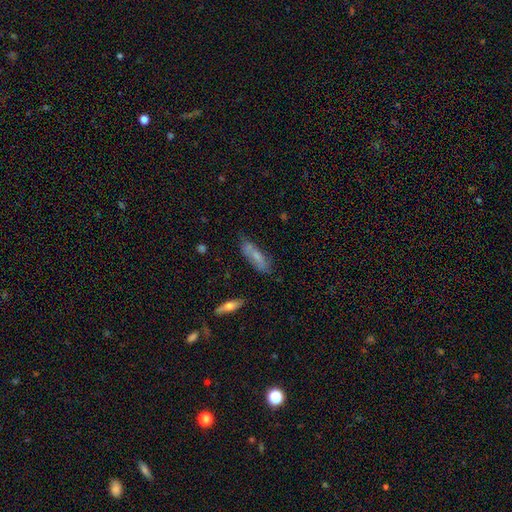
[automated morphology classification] type=smooth (63%); roundness=cigar-shaped (53%); merging=none (63%).